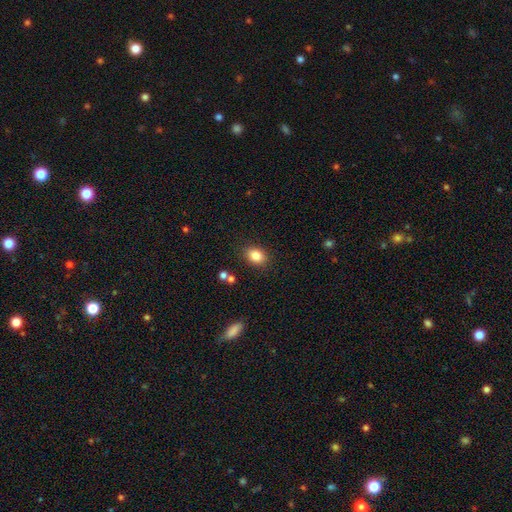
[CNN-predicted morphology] smooth 84%, star or artifact 9%, featured or disk 7%. Down the decision tree: how rounded — in between (63%); merging — none (86%).